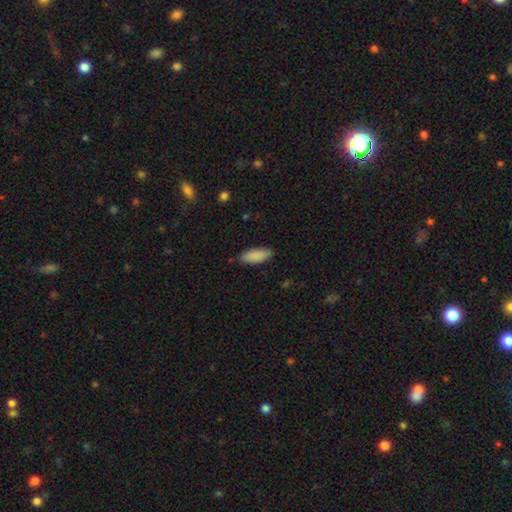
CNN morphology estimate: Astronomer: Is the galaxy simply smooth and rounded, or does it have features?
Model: smooth — 89%.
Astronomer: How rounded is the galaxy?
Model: in between — 73%.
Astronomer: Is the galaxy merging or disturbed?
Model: none — 86%.